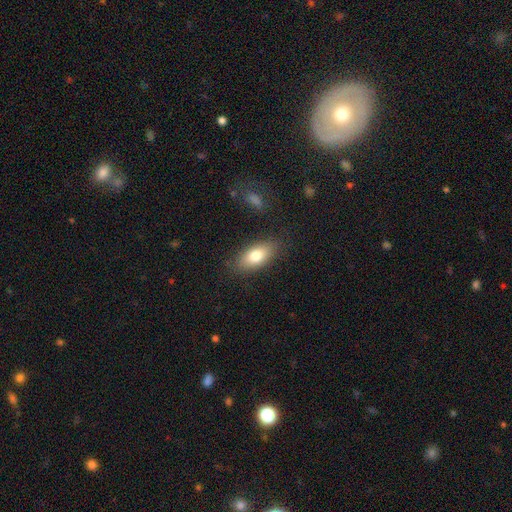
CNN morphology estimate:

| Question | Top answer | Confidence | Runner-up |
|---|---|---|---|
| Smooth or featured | smooth | 77% | featured or disk (16%) |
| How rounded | in between | 86% | cigar-shaped (10%) |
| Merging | none | 83% | minor disturbance (12%) |